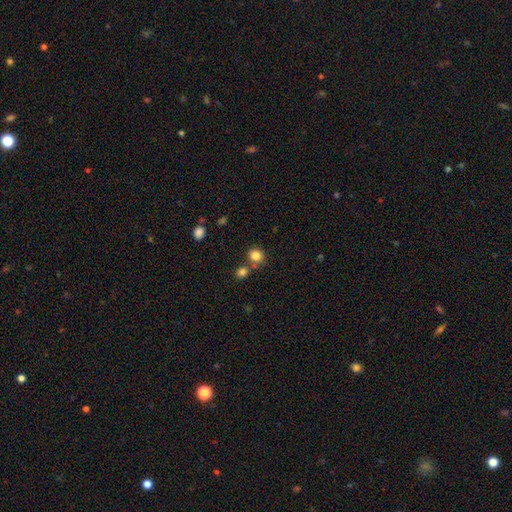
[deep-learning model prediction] A smooth galaxy with no disk features (83%) that is round (80%).

Vote fractions:
- Smooth or featured? smooth: 83% / star or artifact: 12% / featured or disk: 6%
- How rounded? round: 80% / in between: 19% / cigar-shaped: 1%
- Merging? none: 65% / merger: 22% / minor disturbance: 9% / major disturbance: 3%